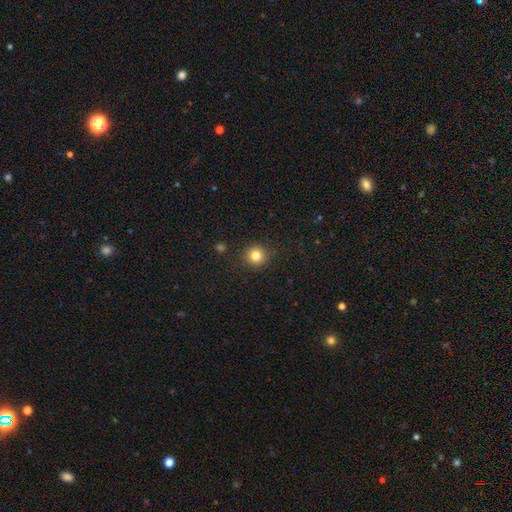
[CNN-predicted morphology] Smooth or featured? smooth (81%)
How rounded? round (93%)
Merging? none (90%)